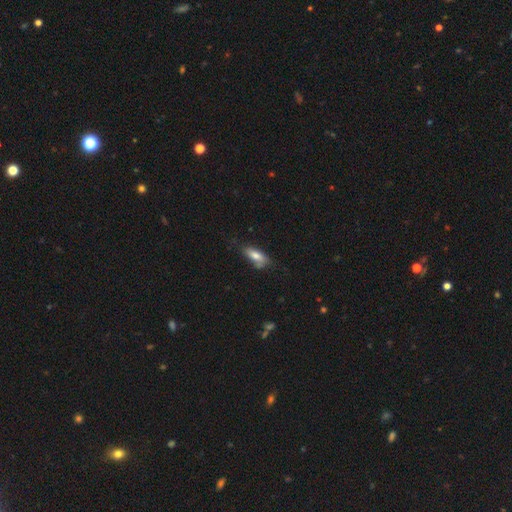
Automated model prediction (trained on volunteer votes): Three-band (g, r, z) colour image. It shows a smooth galaxy with no disk features (75%) that is in between round and cigar-shaped (76%). Merging: none (56%).